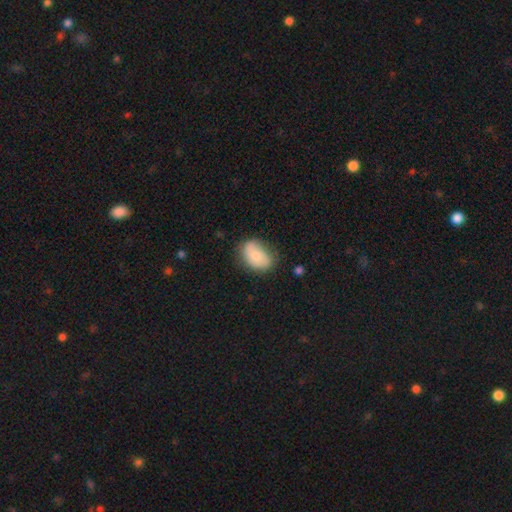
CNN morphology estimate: A smooth galaxy with no disk features (68%) that is in between round and cigar-shaped (82%).

Vote fractions:
- Smooth or featured? smooth: 68% / featured or disk: 25% / star or artifact: 7%
- How rounded? in between: 82% / round: 16% / cigar-shaped: 1%
- Merging? none: 61% / minor disturbance: 28% / major disturbance: 8% / merger: 3%